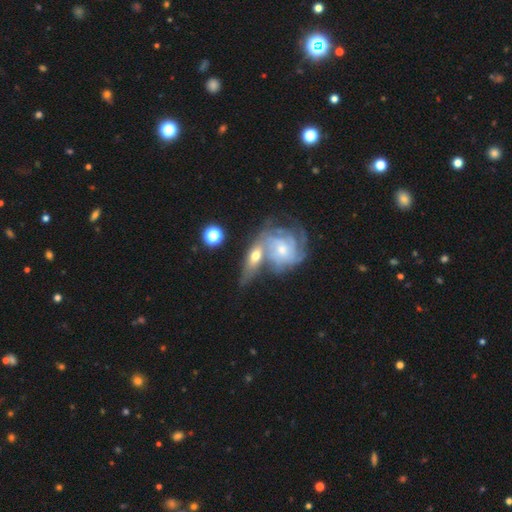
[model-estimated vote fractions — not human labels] Smooth or featured? featured or disk (67%)
Edge-on disk? no (86%)
Bar? no (73%)
Spiral arms? yes (78%)
Bulge size? small (46%)
Merging? merger (47%)